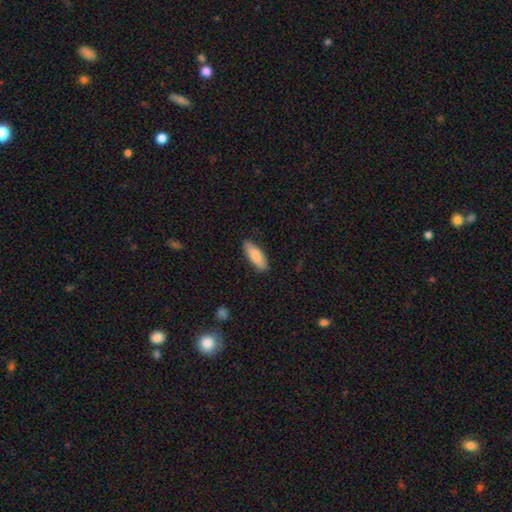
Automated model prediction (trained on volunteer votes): Smooth or featured: smooth — 83% (featured or disk — 12%)
How rounded: in between — 64% (cigar-shaped — 34%)
Merging: none — 85% (minor disturbance — 11%)